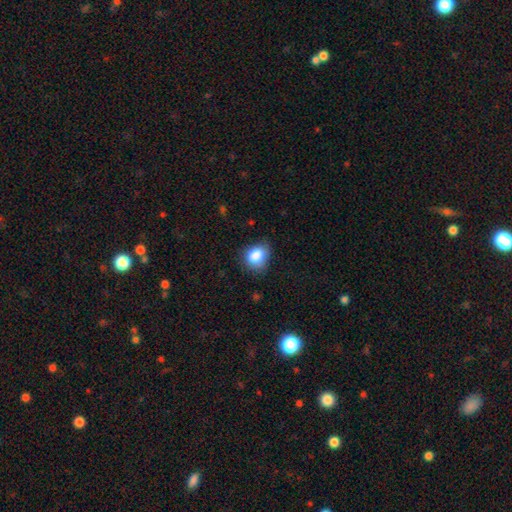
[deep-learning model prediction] Overall: smooth (85%). How rounded: round (52%; in between 47%). Merging: none (64%; minor disturbance 28%).